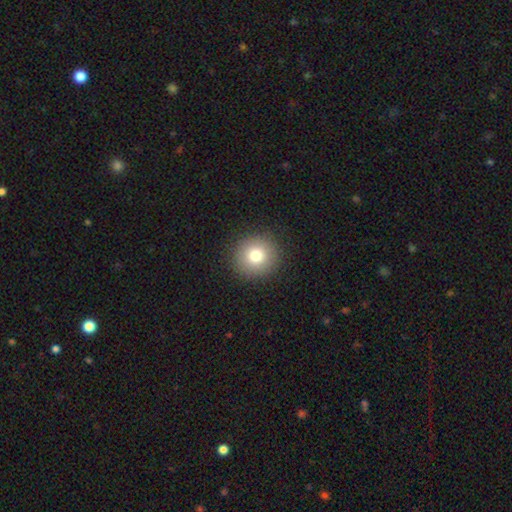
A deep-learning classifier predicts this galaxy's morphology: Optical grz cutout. It shows a smooth galaxy with no disk features (78%) that is round (94%). Merging: none (91%).